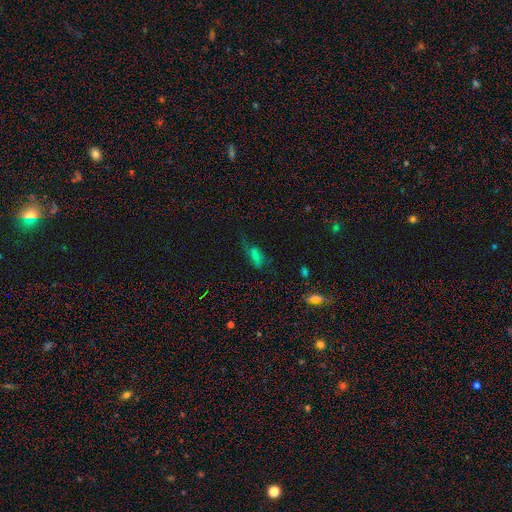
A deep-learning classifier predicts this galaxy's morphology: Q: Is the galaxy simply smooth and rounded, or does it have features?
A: smooth — 60%.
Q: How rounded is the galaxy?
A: in between — 68%.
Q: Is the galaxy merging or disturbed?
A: none — 37%.